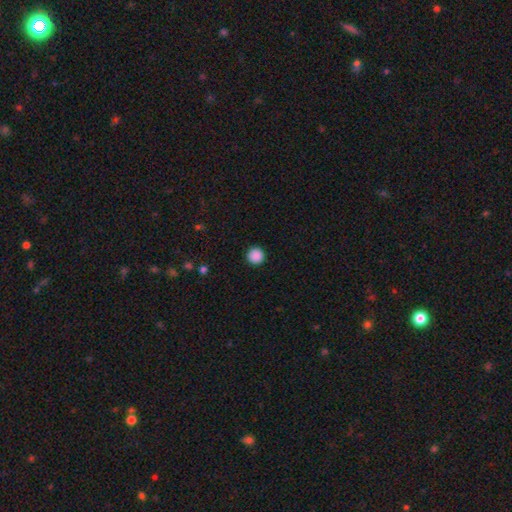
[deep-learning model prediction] This is clearly a smooth galaxy (89%). How rounded: clearly round (96%). Merging: clearly none (93%).